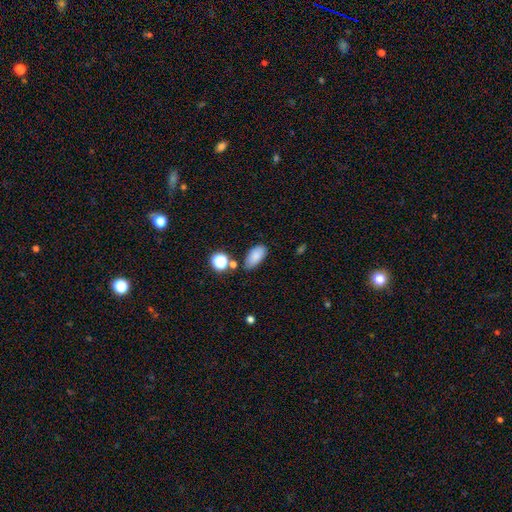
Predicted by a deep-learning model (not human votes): Smooth or featured: smooth — 83% (star or artifact — 10%)
How rounded: in between — 91% (round — 5%)
Merging: none — 74% (minor disturbance — 15%)